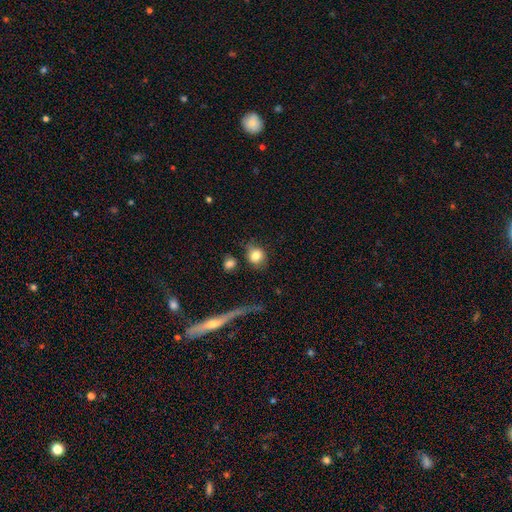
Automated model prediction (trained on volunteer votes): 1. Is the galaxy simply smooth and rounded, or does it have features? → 80% smooth, 11% featured or disk, 9% star or artifact.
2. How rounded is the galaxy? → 71% round, 27% in between, 2% cigar-shaped.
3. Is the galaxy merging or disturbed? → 71% none, 16% minor disturbance, 7% merger, 6% major disturbance.